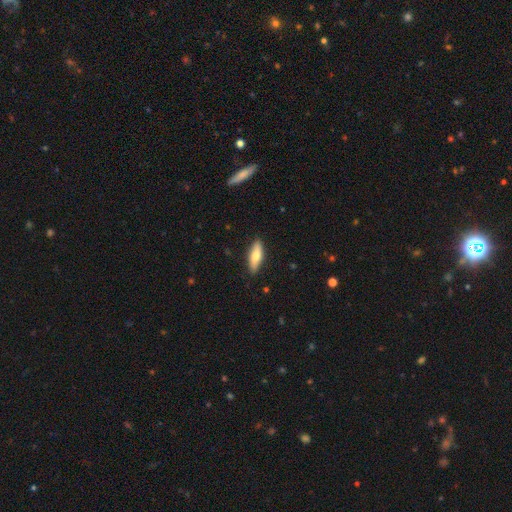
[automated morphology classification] smooth 69%, featured or disk 25%, star or artifact 6%. Down the decision tree: how rounded — in between (54%); merging — none (88%).